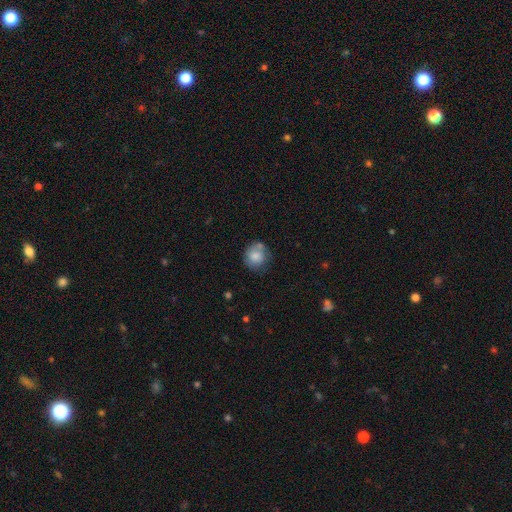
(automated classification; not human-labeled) A smooth galaxy with no disk features (75%) that is round (81%). Merging: none (55%).